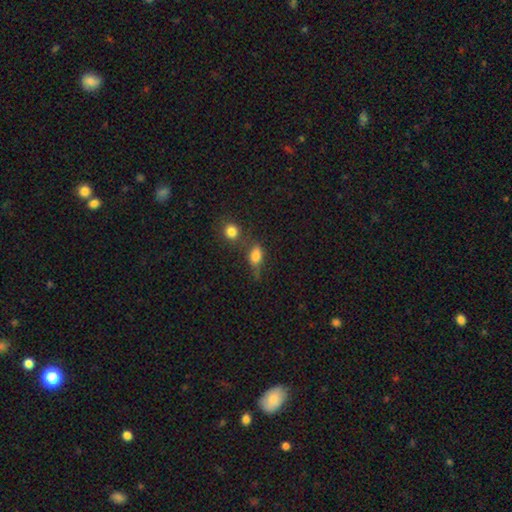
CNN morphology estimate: smooth_or_featured: smooth (p=0.75) [alt: featured or disk p=0.13]
how_rounded: in between (p=0.74) [alt: round p=0.19]
merging: none (p=0.42) [alt: minor disturbance p=0.25]